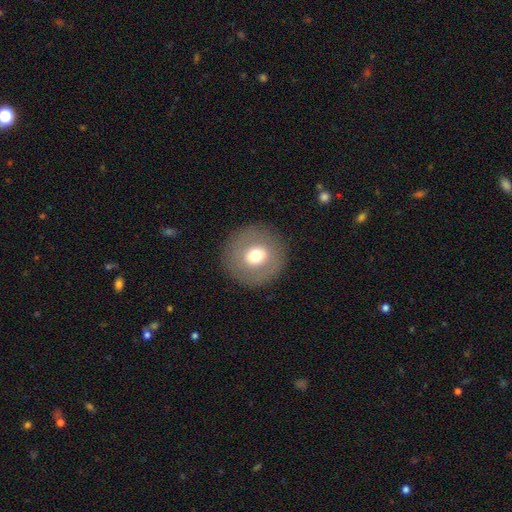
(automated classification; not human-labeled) A smooth galaxy with no disk features (64%) that is round (94%).

Vote fractions:
- Smooth or featured? smooth: 64% / featured or disk: 26% / star or artifact: 10%
- How rounded? round: 94% / in between: 5% / cigar-shaped: 1%
- Merging? none: 89% / minor disturbance: 6% / major disturbance: 4% / merger: 1%